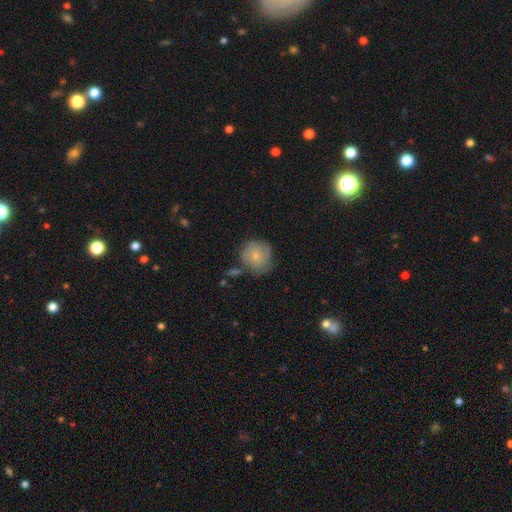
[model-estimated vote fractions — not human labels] Smooth or featured: smooth — 73% (featured or disk — 20%)
How rounded: round — 89% (in between — 10%)
Merging: none — 58% (minor disturbance — 26%)